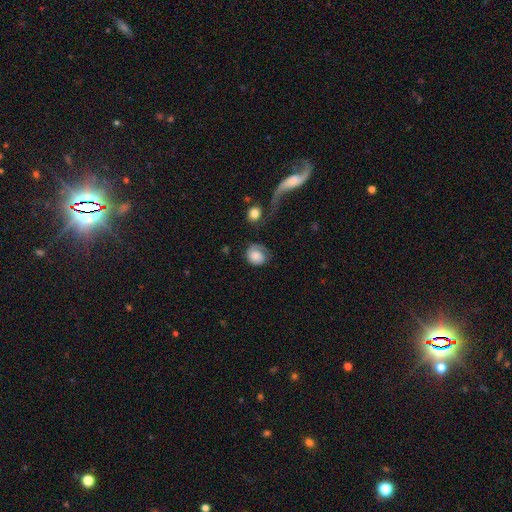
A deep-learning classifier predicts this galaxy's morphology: The model was most divided on "merging": none: 46%, minor disturbance: 25%, major disturbance: 24%, merger: 5%. More confident: how rounded — round (67%); smooth or featured — smooth (62%).